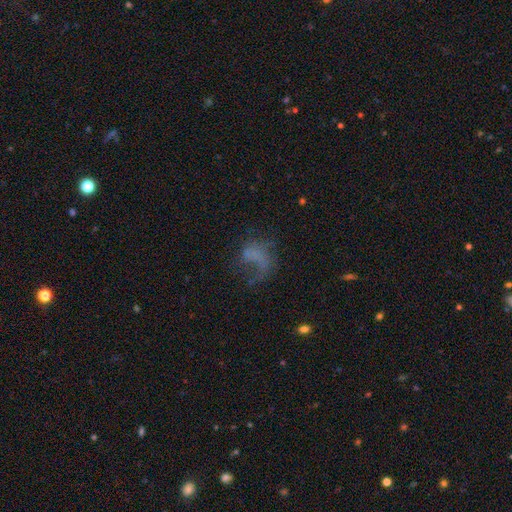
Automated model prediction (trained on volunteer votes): Smooth or featured: featured or disk — 46% (smooth — 36%)
Merging: major disturbance — 47% (none — 32%)